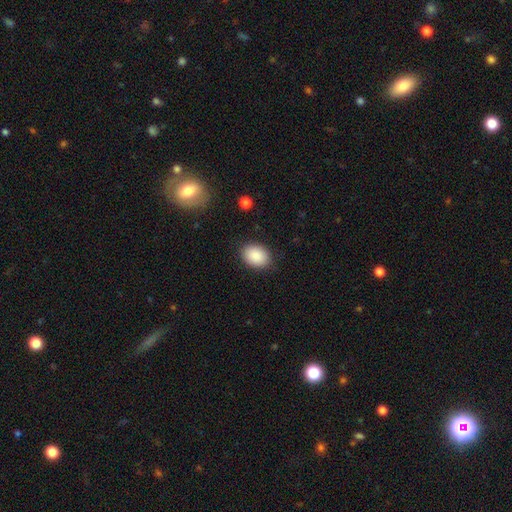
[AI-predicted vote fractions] smooth_or_featured: smooth (p=0.89) [alt: star or artifact p=0.07]
how_rounded: in between (p=0.76) [alt: round p=0.23]
merging: none (p=0.86) [alt: minor disturbance p=0.10]